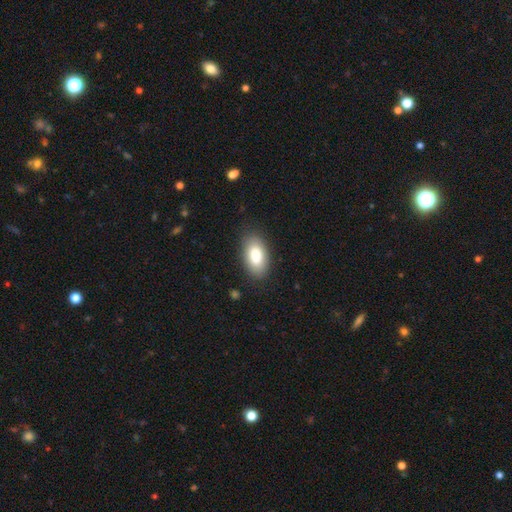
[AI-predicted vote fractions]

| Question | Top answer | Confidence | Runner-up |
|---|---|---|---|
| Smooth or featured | smooth | 85% | featured or disk (9%) |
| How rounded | in between | 94% | round (3%) |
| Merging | none | 83% | minor disturbance (12%) |